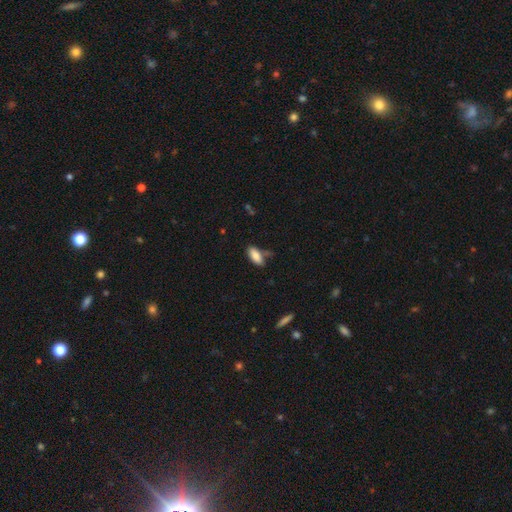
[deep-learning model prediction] The model was most divided on "merging": none: 64%, minor disturbance: 23%, merger: 7%, major disturbance: 6%. More confident: smooth or featured — smooth (84%); how rounded — in between (82%).